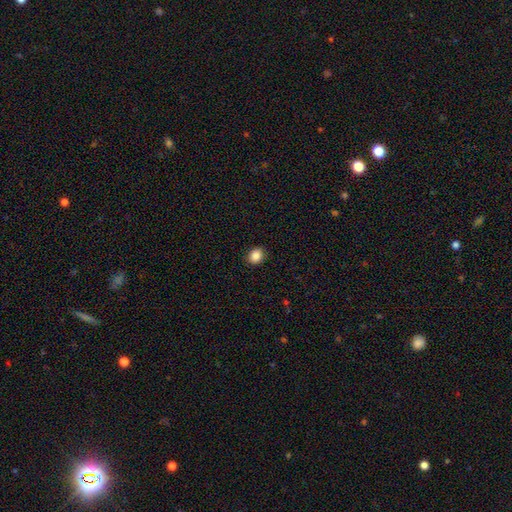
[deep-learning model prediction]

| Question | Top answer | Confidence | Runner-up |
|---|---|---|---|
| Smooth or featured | smooth | 87% | star or artifact (9%) |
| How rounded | round | 60% | in between (39%) |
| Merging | none | 90% | minor disturbance (7%) |